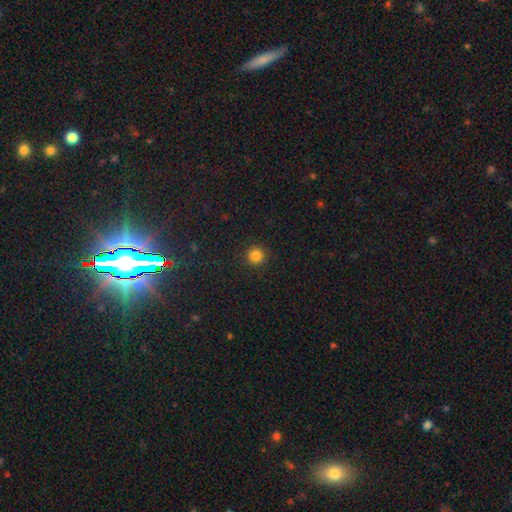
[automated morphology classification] A smooth galaxy with no disk features (84%) that is round (95%). Merging: none (92%).